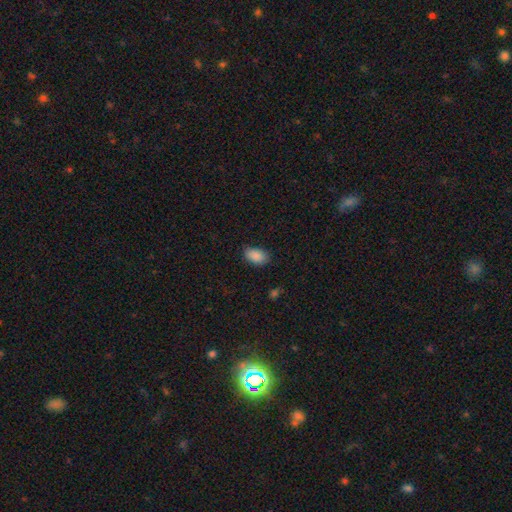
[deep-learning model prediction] smooth 89%, star or artifact 8%, featured or disk 3%. Down the decision tree: how rounded — in between (91%); merging — none (80%).